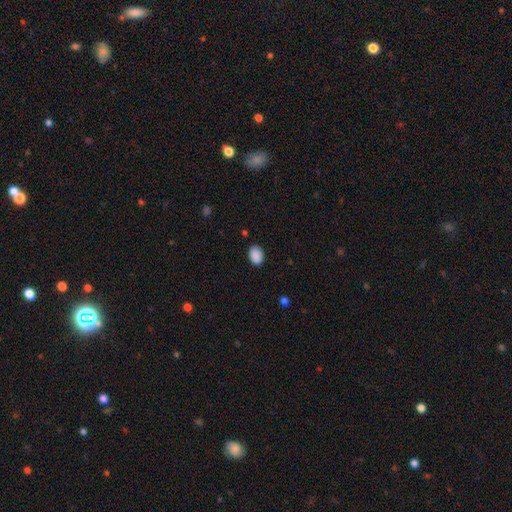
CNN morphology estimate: Smooth or featured?
  - smooth: 90% *
  - star or artifact: 7%
  - featured or disk: 3%
How rounded?
  - in between: 83% *
  - round: 16%
  - cigar-shaped: 1%
Merging?
  - none: 87% *
  - minor disturbance: 10%
  - major disturbance: 2%
  - merger: 1%